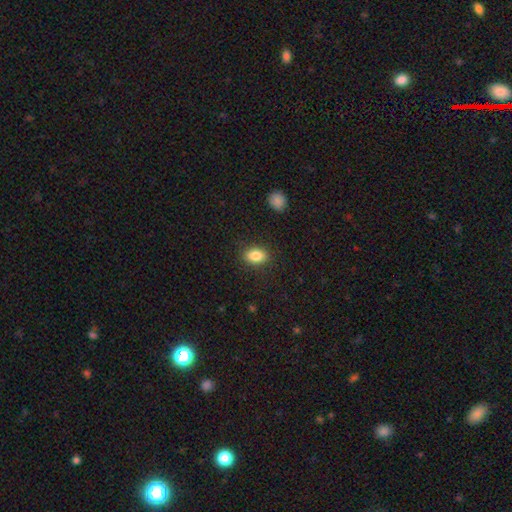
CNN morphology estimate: smooth 86%, star or artifact 9%, featured or disk 6%. Down the decision tree: how rounded — in between (81%); merging — none (87%).